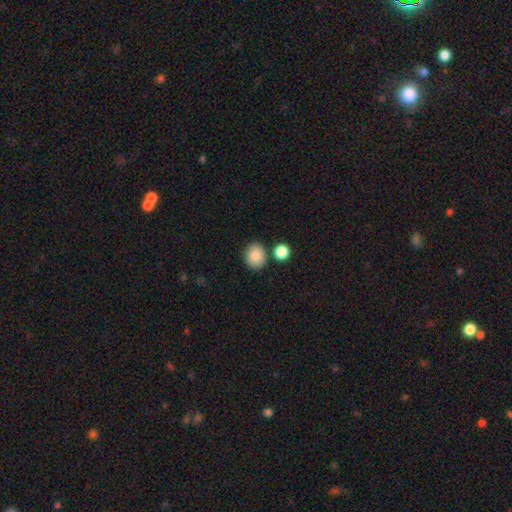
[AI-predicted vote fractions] Morphology: type=smooth (86%); roundness=round (61%); merging=none (80%).